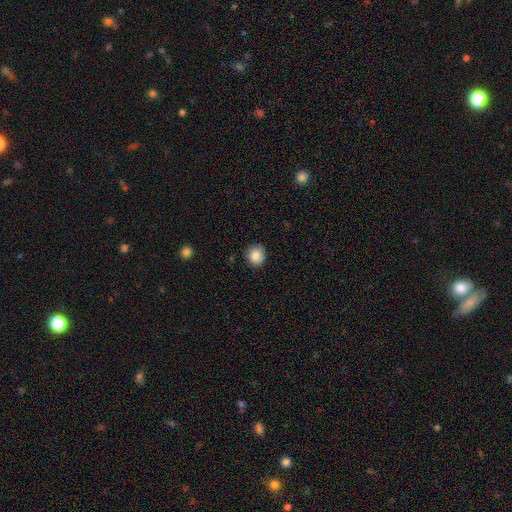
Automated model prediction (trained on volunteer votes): This appears to be a smooth galaxy with no disk features (87%) that is round (89%). Merging: none (88%).